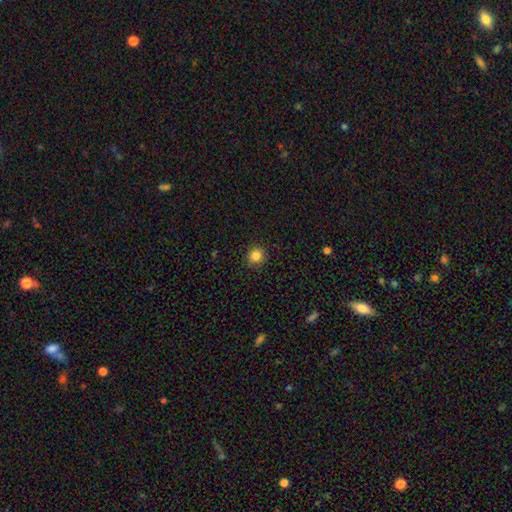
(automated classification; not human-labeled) Overall: smooth (85%). How rounded: round (91%). Merging: none (91%).